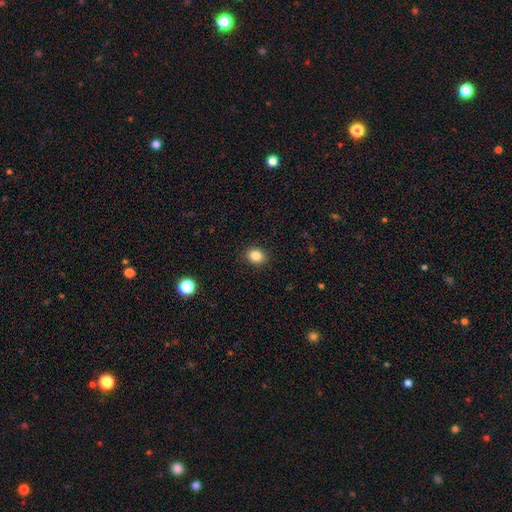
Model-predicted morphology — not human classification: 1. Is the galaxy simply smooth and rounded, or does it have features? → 85% smooth, 10% star or artifact, 4% featured or disk.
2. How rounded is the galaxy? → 57% round, 42% in between, 1% cigar-shaped.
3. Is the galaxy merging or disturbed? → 90% none, 7% minor disturbance, 2% major disturbance, 1% merger.